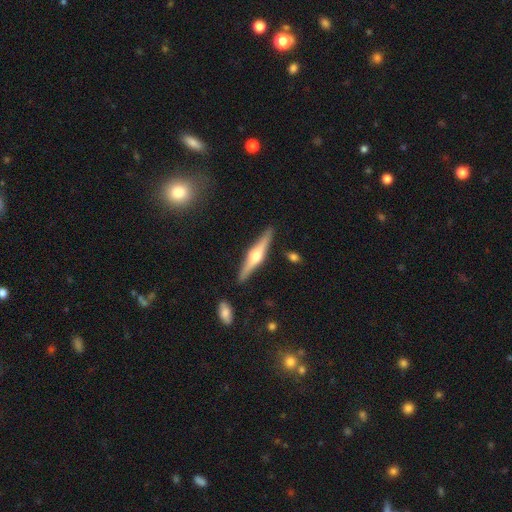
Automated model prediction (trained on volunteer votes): featured or disk 74%, smooth 21%, star or artifact 5%. Down the decision tree: edge-on disk — yes (97%); edge-on bulge — rounded (94%); merging — none (89%).